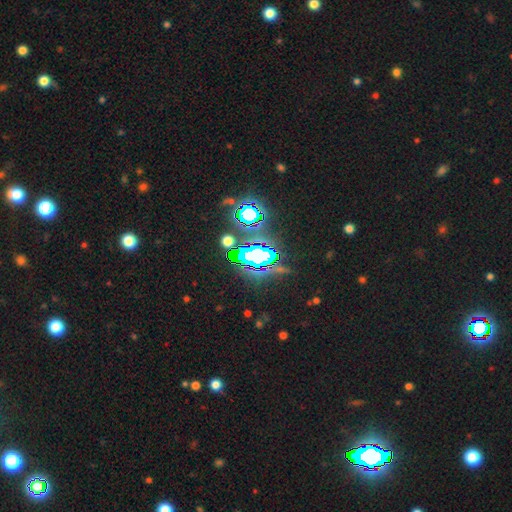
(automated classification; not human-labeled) This is likely a star or artifact rather than a galaxy (71%).